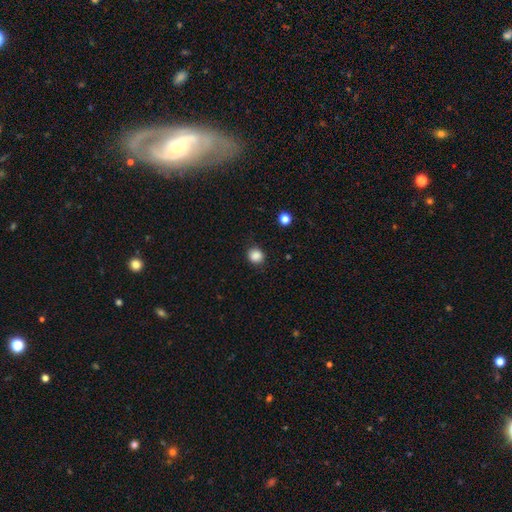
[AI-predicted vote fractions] This appears to be a smooth galaxy with no disk features (87%) that is round (84%). Merging: none (87%).